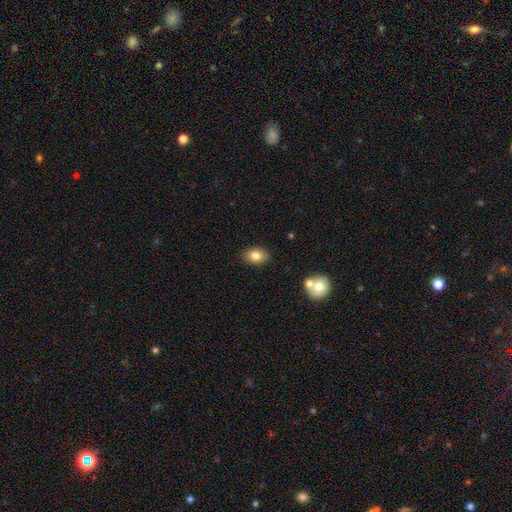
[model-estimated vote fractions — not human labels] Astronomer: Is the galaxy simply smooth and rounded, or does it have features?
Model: smooth — 80%.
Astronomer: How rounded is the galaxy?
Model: in between — 79%.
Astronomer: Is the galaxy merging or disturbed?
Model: none — 87%.